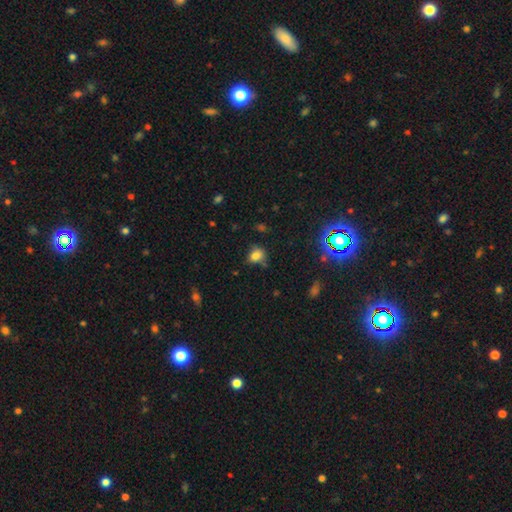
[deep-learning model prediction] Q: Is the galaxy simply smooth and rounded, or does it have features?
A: smooth — 77%.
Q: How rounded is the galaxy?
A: in between — 50%.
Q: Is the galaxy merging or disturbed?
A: none — 59%.